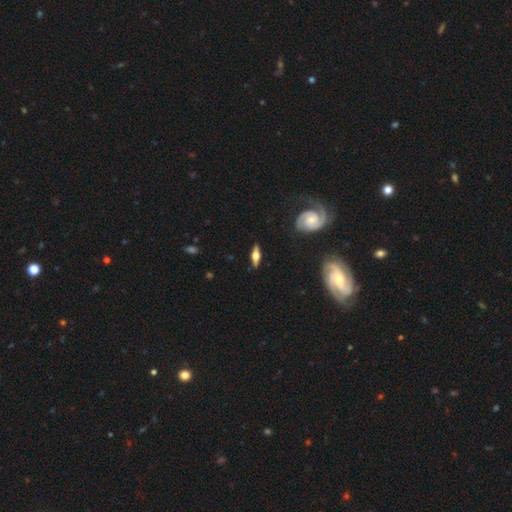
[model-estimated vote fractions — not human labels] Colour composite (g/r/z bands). It shows a featured or disk galaxy (64%) viewed edge-on (82%) with a rounded central bulge (93%). Merging: none (84%).